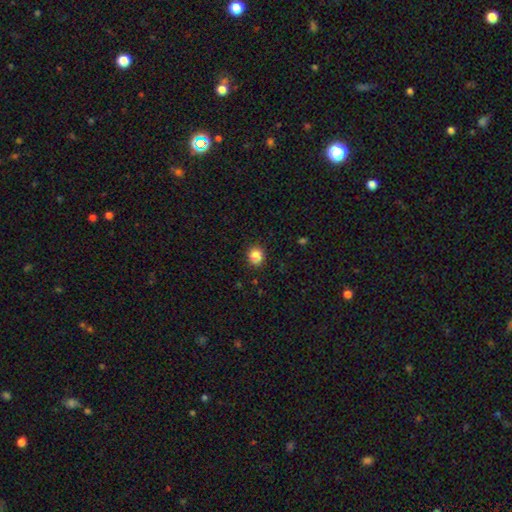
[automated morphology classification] Smooth or featured: smooth — 84% (star or artifact — 10%)
How rounded: round — 77% (in between — 22%)
Merging: none — 89% (minor disturbance — 8%)